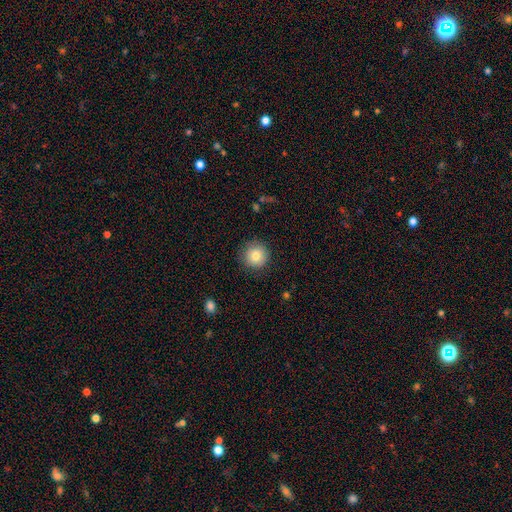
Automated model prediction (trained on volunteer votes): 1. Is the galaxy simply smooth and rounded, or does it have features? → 82% smooth, 9% featured or disk, 9% star or artifact.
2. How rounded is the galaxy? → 95% round, 4% in between, 1% cigar-shaped.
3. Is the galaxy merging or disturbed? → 88% none, 9% minor disturbance, 2% major disturbance, 1% merger.